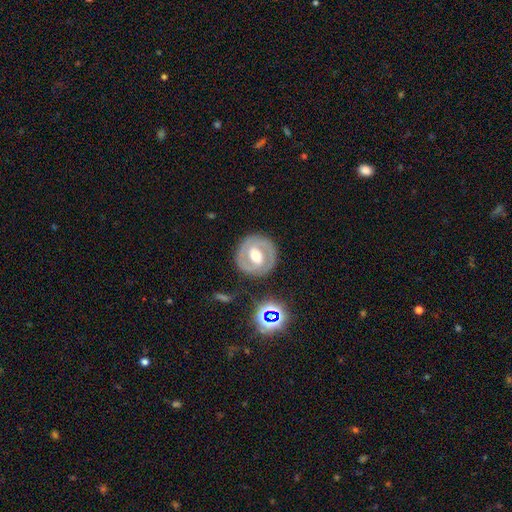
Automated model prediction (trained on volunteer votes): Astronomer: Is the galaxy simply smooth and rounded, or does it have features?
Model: featured or disk — 76%.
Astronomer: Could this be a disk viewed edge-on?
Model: no — 97%.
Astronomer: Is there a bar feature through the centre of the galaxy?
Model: weak — 42% (runner-up: strong, 34%).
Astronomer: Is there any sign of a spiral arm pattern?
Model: yes — 73%.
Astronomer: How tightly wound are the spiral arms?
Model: tight — 58% (runner-up: medium, 33%).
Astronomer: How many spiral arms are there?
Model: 2 — 80%.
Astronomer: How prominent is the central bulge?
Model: moderate — 71%.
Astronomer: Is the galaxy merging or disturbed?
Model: none — 83%.